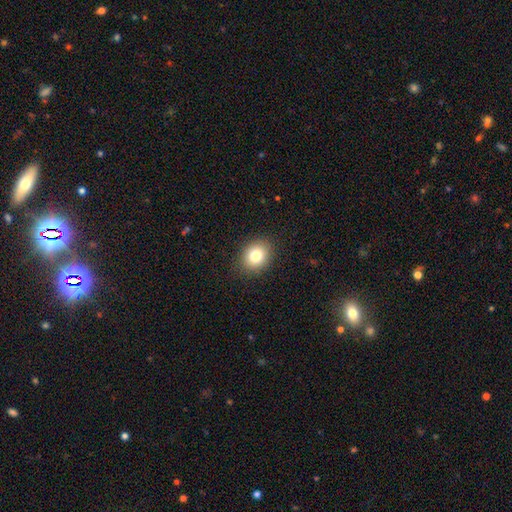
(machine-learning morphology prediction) smooth-or-featured: smooth: 81% | star or artifact: 10% | featured or disk: 9%
  how-rounded: round: 53% | in between: 46% | cigar-shaped: 1%
  merging: none: 88% | minor disturbance: 8% | major disturbance: 2% | merger: 1%